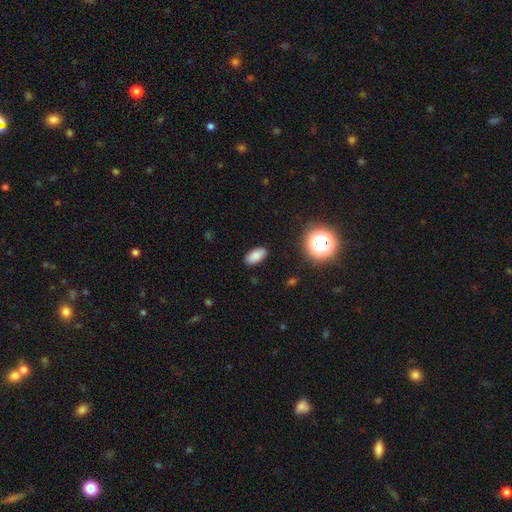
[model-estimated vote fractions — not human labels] Q: Smooth or featured?
A: smooth (83%); runner-up: star or artifact (11%)
Q: How rounded?
A: in between (92%); runner-up: round (4%)
Q: Merging?
A: none (87%); runner-up: minor disturbance (9%)